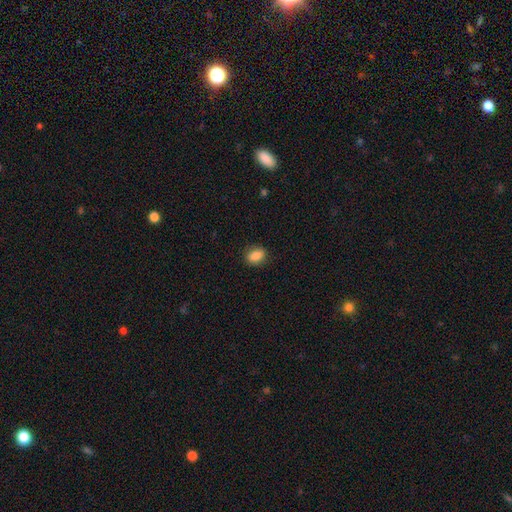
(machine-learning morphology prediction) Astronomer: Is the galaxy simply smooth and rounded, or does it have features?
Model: smooth — 87%.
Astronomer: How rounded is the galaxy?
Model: in between — 71%.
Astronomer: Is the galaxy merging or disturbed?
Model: none — 85%.